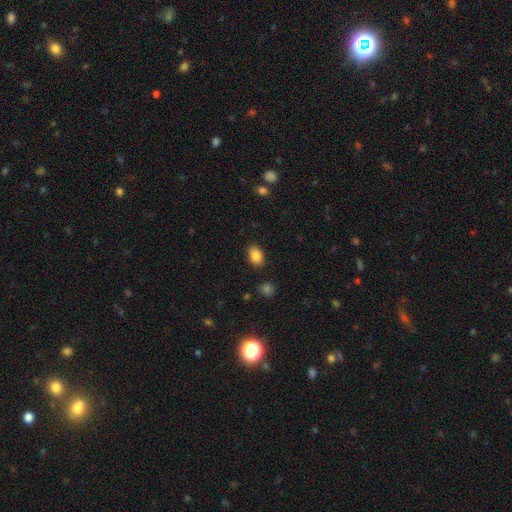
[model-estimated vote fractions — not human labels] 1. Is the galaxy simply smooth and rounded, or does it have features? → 86% smooth, 9% star or artifact, 6% featured or disk.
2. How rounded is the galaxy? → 84% in between, 15% round, 1% cigar-shaped.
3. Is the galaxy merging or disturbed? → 87% none, 9% minor disturbance, 3% major disturbance, 2% merger.